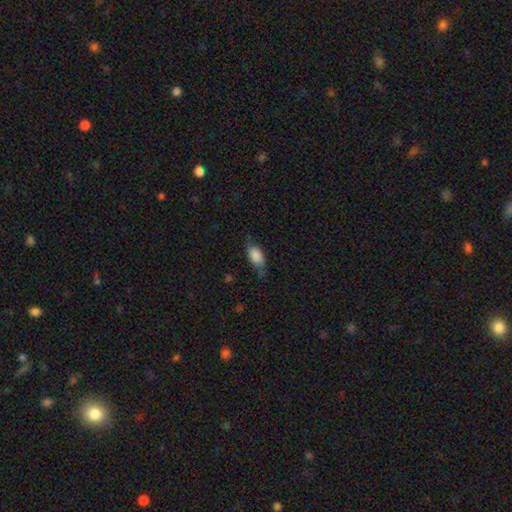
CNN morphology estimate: This is likely a smooth galaxy (78%). How rounded: clearly in between (88%). Merging: possibly none (57%).